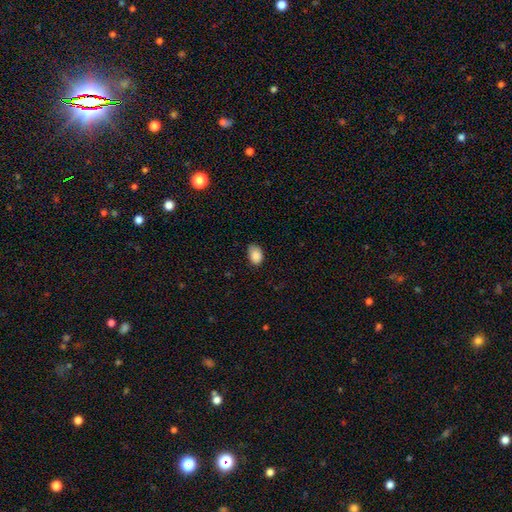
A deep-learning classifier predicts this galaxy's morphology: smooth_or_featured: smooth (p=0.87) [alt: star or artifact p=0.08]
how_rounded: in between (p=0.82) [alt: round p=0.17]
merging: none (p=0.69) [alt: minor disturbance p=0.26]